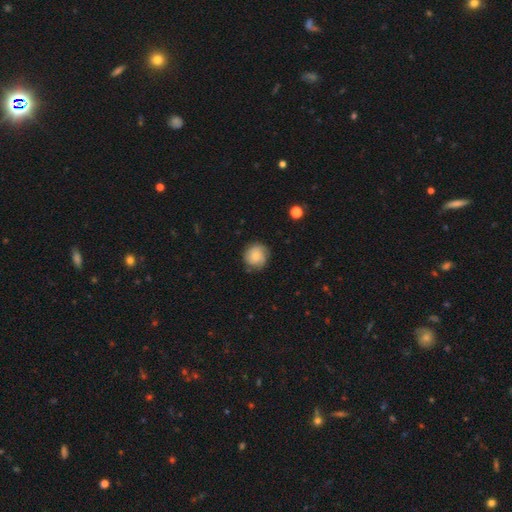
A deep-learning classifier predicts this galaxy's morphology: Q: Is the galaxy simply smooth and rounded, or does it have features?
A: smooth — 66%.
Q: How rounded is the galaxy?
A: round — 91%.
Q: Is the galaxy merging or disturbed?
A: none — 77%.